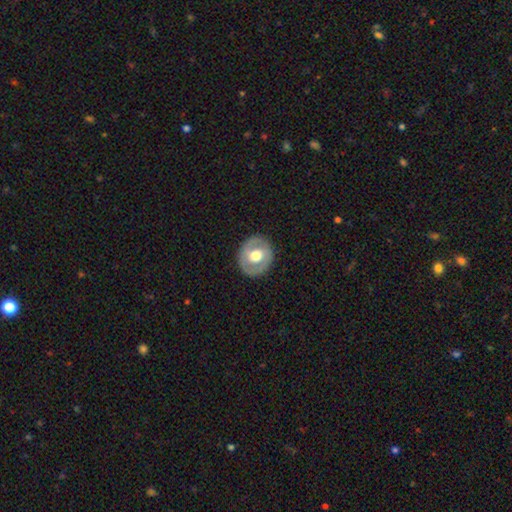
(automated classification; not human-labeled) Smooth or featured? featured or disk (53%)
Edge-on disk? no (95%)
Bar? no (66%)
Spiral arms? no (67%)
Bulge size? moderate (59%)
Merging? none (85%)